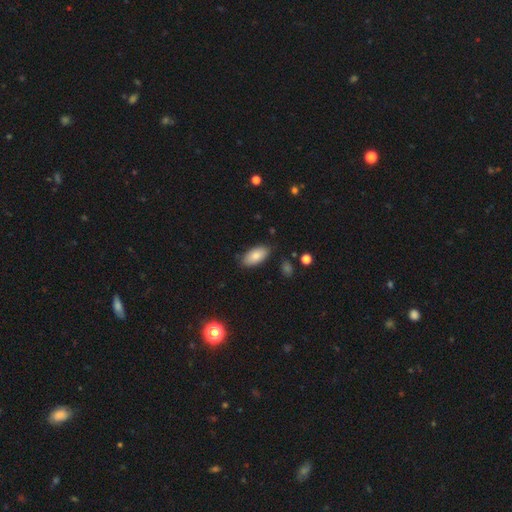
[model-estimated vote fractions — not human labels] The model was most divided on "smooth or featured": smooth: 82%, featured or disk: 11%, star or artifact: 7%. More confident: how rounded — in between (92%); merging — none (84%).